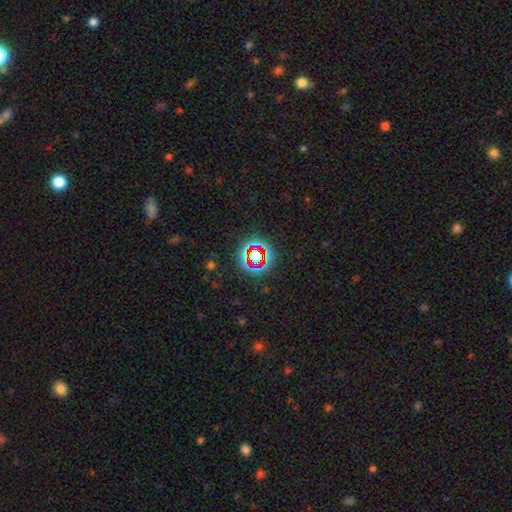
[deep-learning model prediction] Smooth or featured? Predicted: star or artifact (p=0.71).